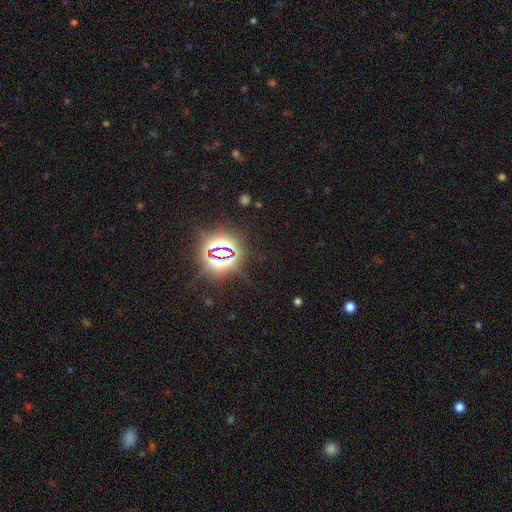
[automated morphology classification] This appears to be a star or artifact, not a galaxy (81%).